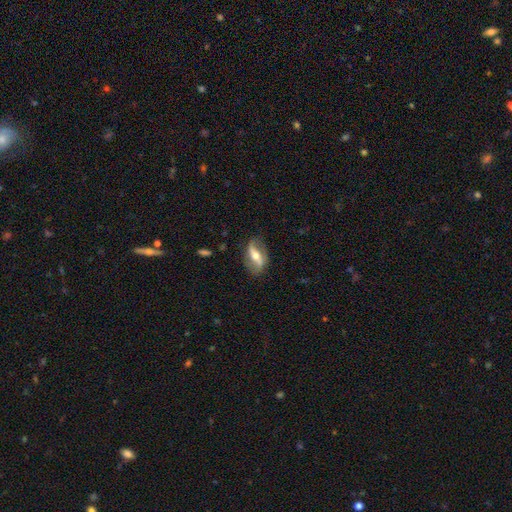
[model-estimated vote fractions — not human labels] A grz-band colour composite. It shows a featured or disk galaxy (76%) with a strong bar (60%), spiral arms (76%) and a moderate central bulge (65%). Merging: none (77%).